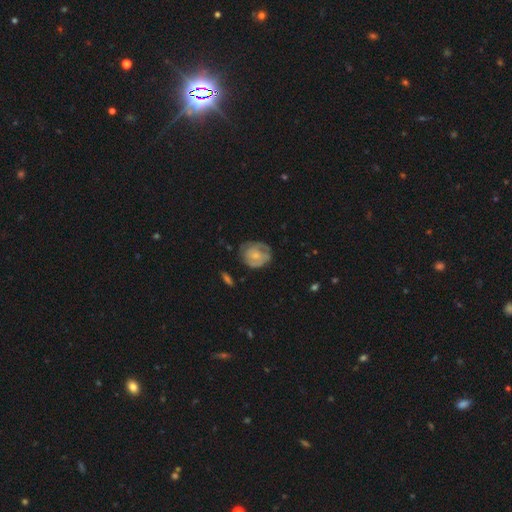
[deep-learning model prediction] smooth-or-featured: featured or disk: 57% | smooth: 37% | star or artifact: 6%
  disk-edge-on: no: 97% | yes: 3%
    bar: no: 74% | weak: 22% | strong: 4%
    has-spiral-arms: yes: 70% | no: 30%
    bulge-size: small: 58% | moderate: 31% | none: 8% | large: 2% | dominant: 1%
  merging: none: 59% | minor disturbance: 27% | major disturbance: 12% | merger: 2%